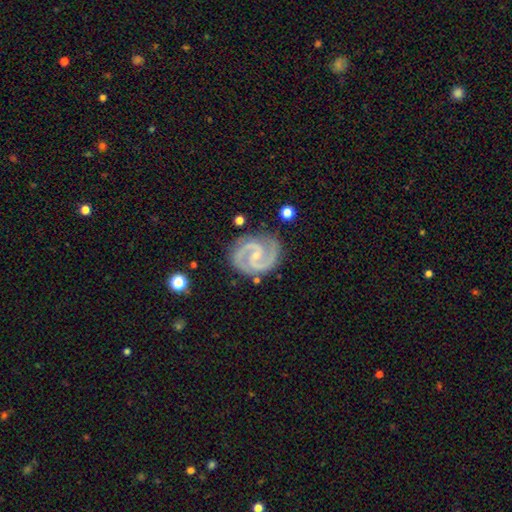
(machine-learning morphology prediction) Smooth or featured: featured or disk — 94% (star or artifact — 4%)
Edge-on disk: no — 98% (yes — 2%)
Bar: weak — 41% (tied with no — 41%)
Spiral arms: yes — 99% (no — 1%)
Spiral winding: medium — 55% (tight — 39%)
Spiral arm count: 2 — 94% (3 — 2%)
Bulge size: small — 74% (moderate — 17%)
Merging: none — 83% (minor disturbance — 12%)